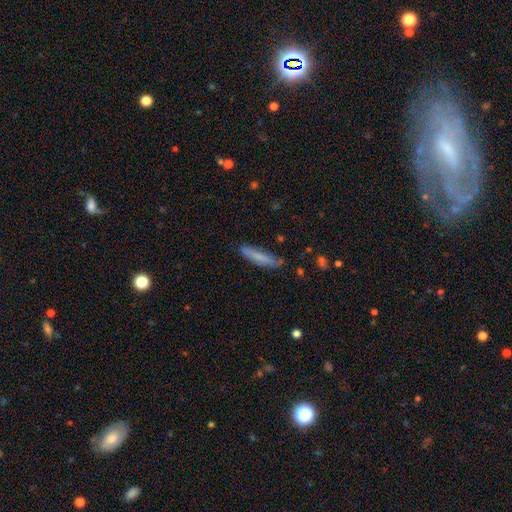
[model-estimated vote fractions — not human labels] This is likely a smooth galaxy (74%). How rounded: clearly cigar-shaped (83%). Merging: likely none (77%).